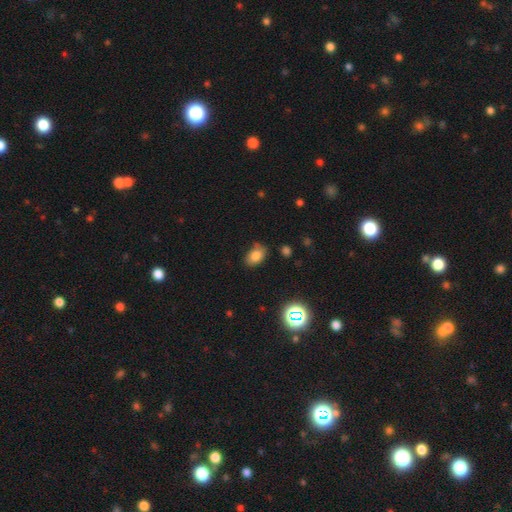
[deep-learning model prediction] A smooth galaxy with no disk features (78%) that is in between round and cigar-shaped (84%).

Vote fractions:
- Smooth or featured? smooth: 78% / star or artifact: 13% / featured or disk: 10%
- How rounded? in between: 84% / round: 14% / cigar-shaped: 1%
- Merging? none: 71% / minor disturbance: 22% / major disturbance: 4% / merger: 3%